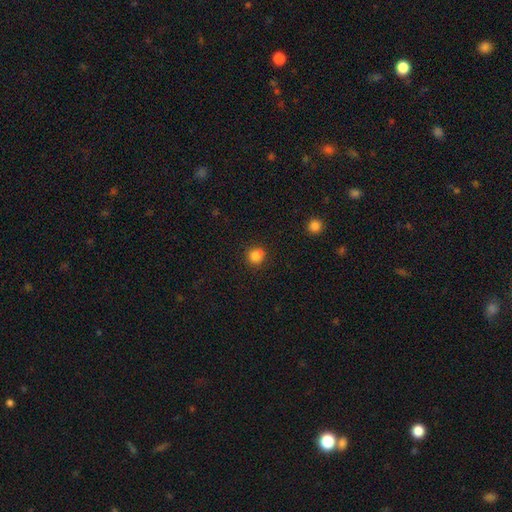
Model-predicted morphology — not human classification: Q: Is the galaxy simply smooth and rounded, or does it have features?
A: smooth — 83%.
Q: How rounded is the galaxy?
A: round — 81%.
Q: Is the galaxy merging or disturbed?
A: none — 68%.